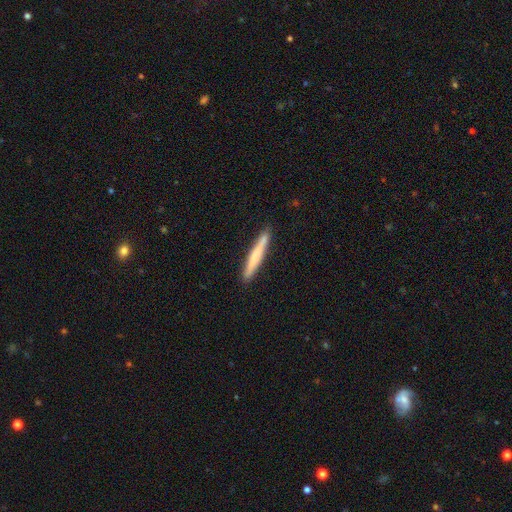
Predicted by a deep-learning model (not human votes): This appears to be a smooth galaxy with no disk features (62%) that is cigar-shaped (96%). Merging: none (88%).